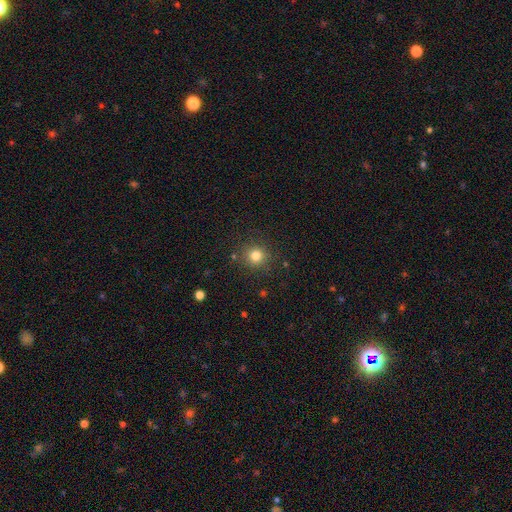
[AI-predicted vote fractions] Q: Smooth or featured?
A: smooth (80%); runner-up: star or artifact (14%)
Q: How rounded?
A: round (92%); runner-up: in between (7%)
Q: Merging?
A: none (87%); runner-up: minor disturbance (8%)